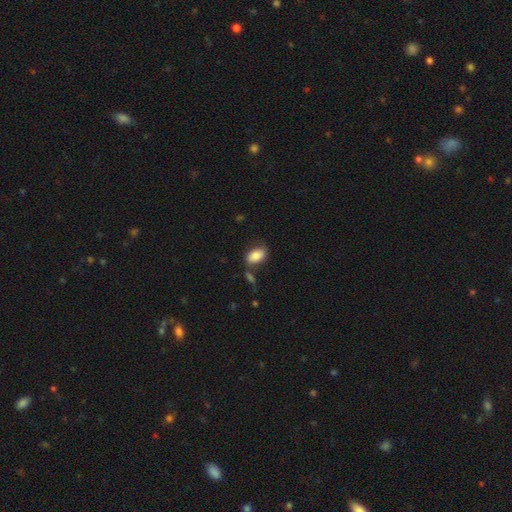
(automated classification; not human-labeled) Morphology: type=smooth (84%); roundness=in between (91%); merging=none (63%).